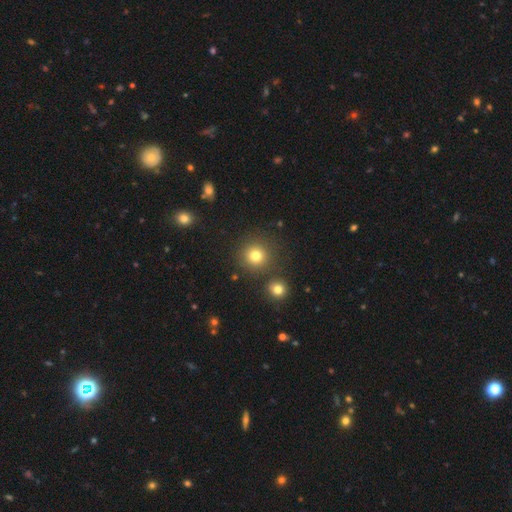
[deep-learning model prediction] This appears to be a smooth galaxy with no disk features (78%) that is round (93%). Merging: none (83%).